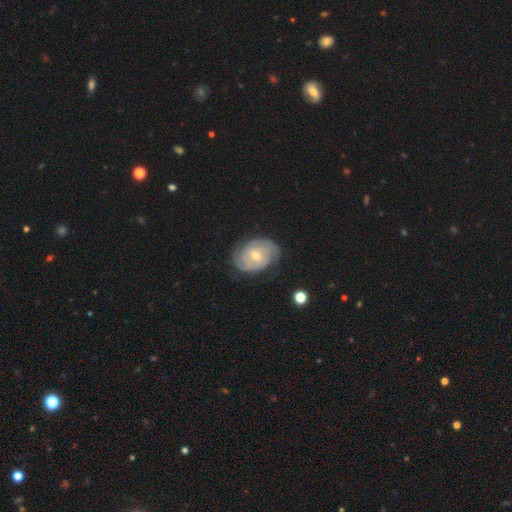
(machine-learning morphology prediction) smooth_or_featured: featured or disk (p=0.80) [alt: smooth p=0.15]
disk_edge_on: no (p=0.97) [alt: yes p=0.03]
bar: no (p=0.54) [alt: weak p=0.38]
has_spiral_arms: yes (p=0.94) [alt: no p=0.06]
spiral_winding: tight (p=0.68) [alt: medium p=0.25]
spiral_arm_count: 2 (p=0.47) [alt: can't tell p=0.26]
bulge_size: moderate (p=0.49) [alt: small p=0.47]
merging: none (p=0.76) [alt: minor disturbance p=0.17]